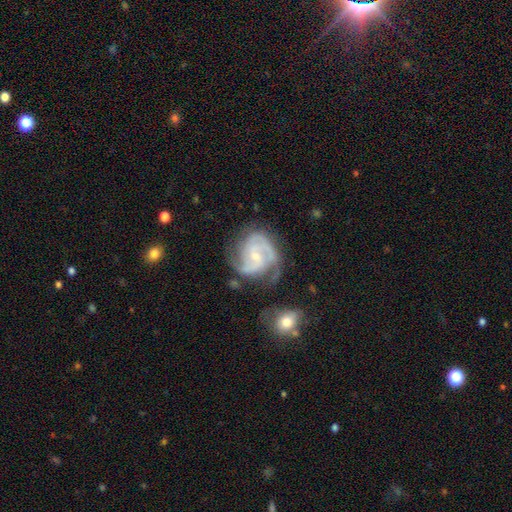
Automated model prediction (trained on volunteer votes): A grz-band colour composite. It shows a featured or disk galaxy (87%) with no bar (49%), 2 (51%) medium (46%) spiral arms (97%) and a small central bulge (66%). Merging: none (60%).